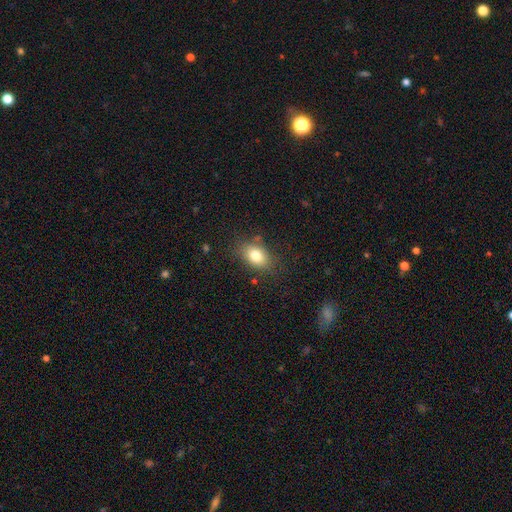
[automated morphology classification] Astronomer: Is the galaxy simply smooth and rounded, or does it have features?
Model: smooth — 80%.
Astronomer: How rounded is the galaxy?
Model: in between — 79%.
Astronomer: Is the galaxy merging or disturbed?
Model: none — 78%.